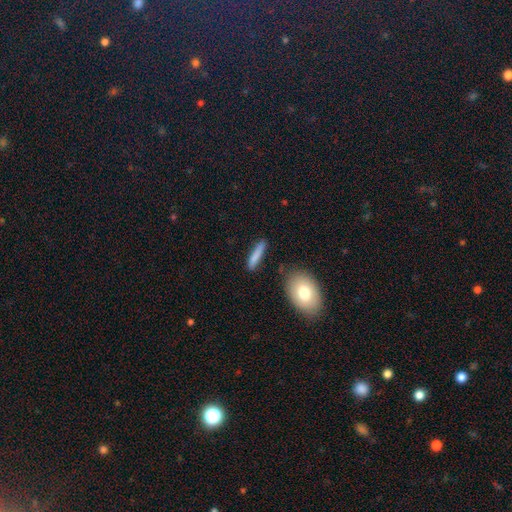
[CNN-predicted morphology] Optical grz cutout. It shows a smooth galaxy with no disk features (79%) that is cigar-shaped (85%). Merging: none (81%).